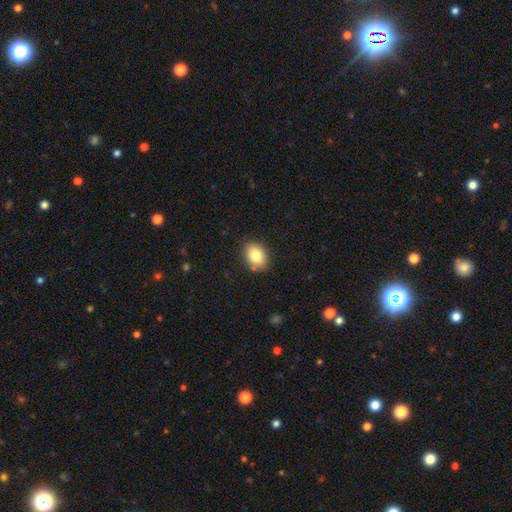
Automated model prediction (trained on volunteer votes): smooth 83%, featured or disk 9%, star or artifact 9%. Down the decision tree: how rounded — in between (66%); merging — none (84%).